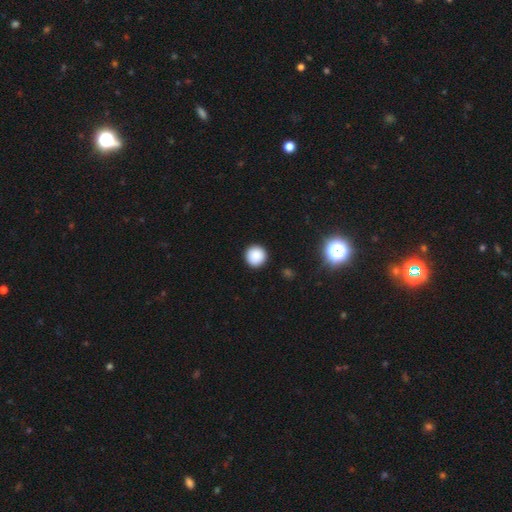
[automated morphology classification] type=smooth (87%); roundness=round (96%); merging=none (93%).